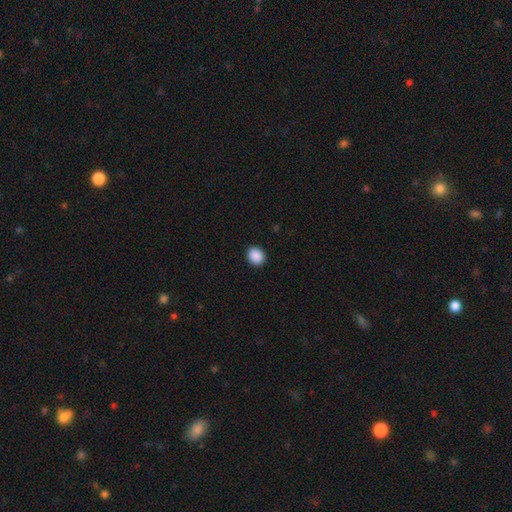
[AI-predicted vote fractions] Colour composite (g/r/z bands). It shows a smooth galaxy with no disk features (90%) that is round (62%). Merging: none (92%).